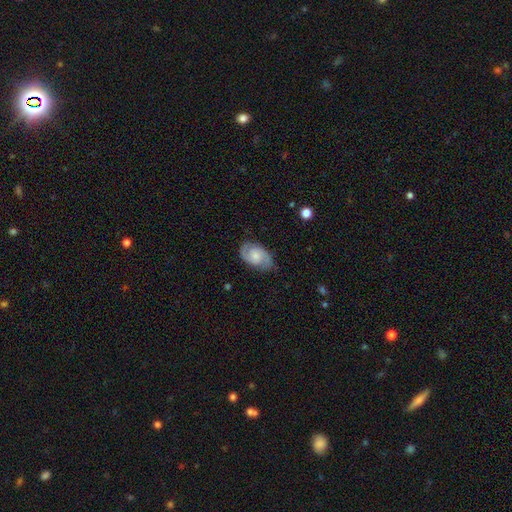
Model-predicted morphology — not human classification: Overall: featured or disk (82%). Edge-on disk: no (97%). Bar: no (60%; weak 34%). Spiral arms: yes (97%). Spiral arm count: 2 (92%). Spiral winding: medium (47%; tight 42%). Bulge size: small (42%; moderate 40%). Merging: none (81%).